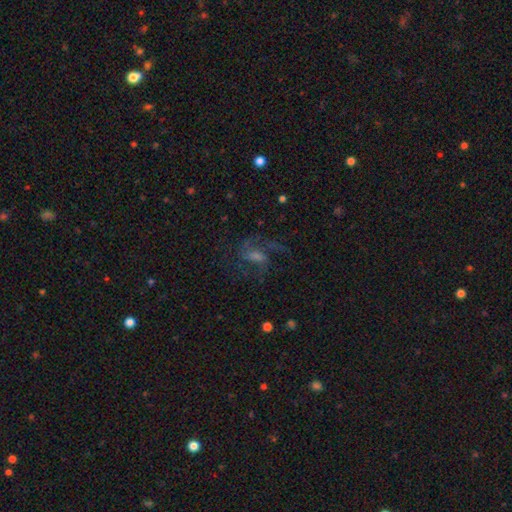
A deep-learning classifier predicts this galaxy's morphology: The model was most divided on "bulge size": moderate: 38%, small: 31%, none: 17%, large: 12%, dominant: 2%. More confident: edge-on disk — no (96%); spiral arms — yes (93%); smooth or featured — featured or disk (74%); merging — none (63%); spiral arm count — 2 (59%); bar — weak (52%); spiral winding — medium (51%).